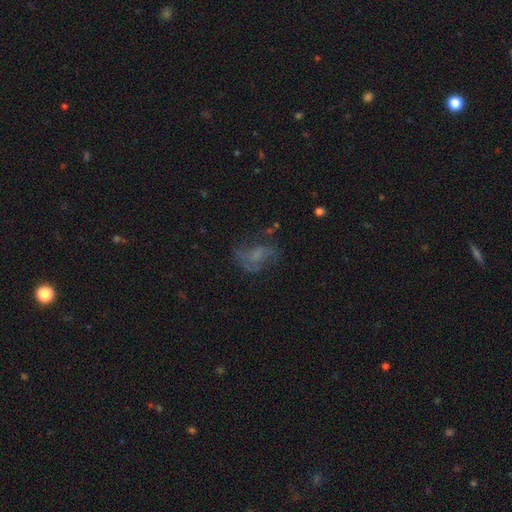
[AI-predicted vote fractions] featured or disk 51%, smooth 31%, star or artifact 18%. Down the decision tree: edge-on disk — no (97%); merging — none (47%).